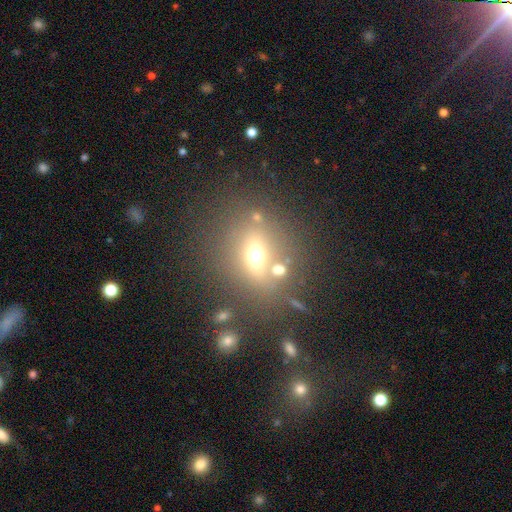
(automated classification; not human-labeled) A smooth galaxy with no disk features (55%) that is round (53%). Merging: none (67%).